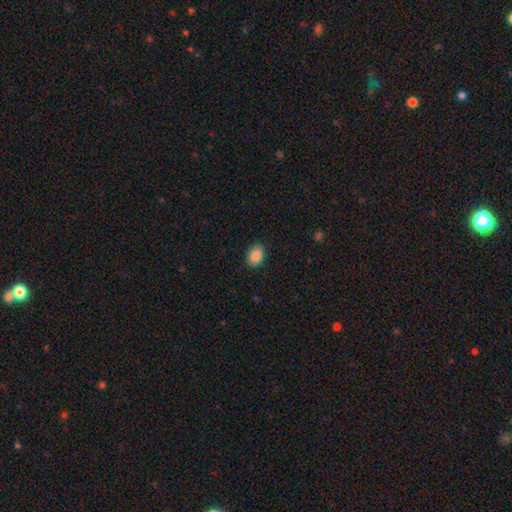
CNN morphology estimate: A smooth galaxy with no disk features (88%) that is in between round and cigar-shaped (83%). Merging: none (88%).